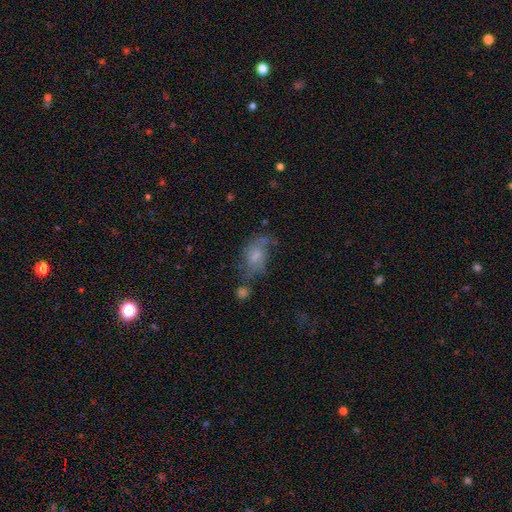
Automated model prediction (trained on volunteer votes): This is possibly a smooth galaxy (51%). How rounded: clearly in between (81%). Merging: marginally none (41%).